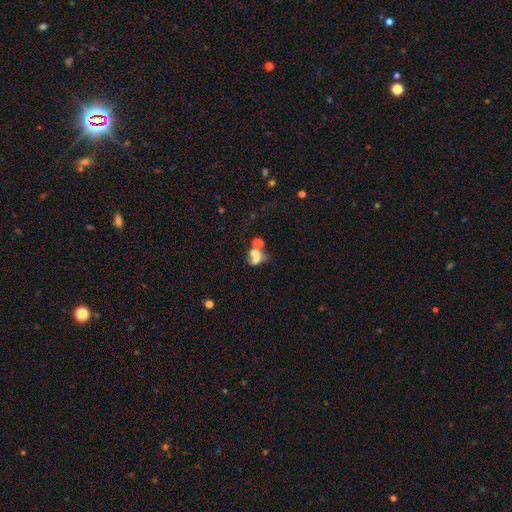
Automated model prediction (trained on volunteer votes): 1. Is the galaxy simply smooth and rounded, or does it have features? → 55% smooth, 28% featured or disk, 17% star or artifact.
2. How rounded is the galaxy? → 55% in between, 43% round, 2% cigar-shaped.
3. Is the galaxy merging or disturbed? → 51% merger, 23% none, 14% major disturbance, 11% minor disturbance.